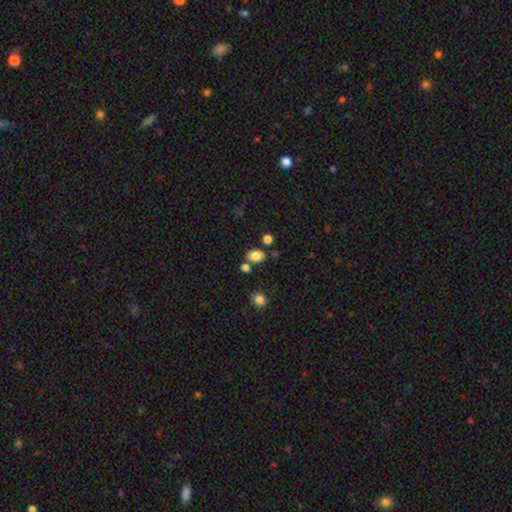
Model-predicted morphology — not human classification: Smooth or featured?
  - smooth: 83% *
  - star or artifact: 10%
  - featured or disk: 6%
How rounded?
  - in between: 72% *
  - round: 27%
  - cigar-shaped: 1%
Merging?
  - none: 74% *
  - merger: 12%
  - minor disturbance: 11%
  - major disturbance: 3%